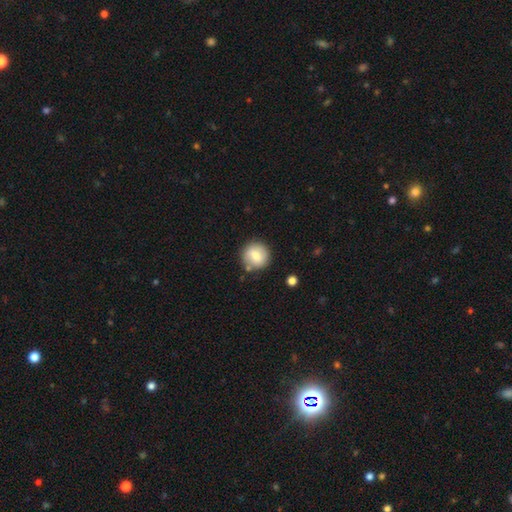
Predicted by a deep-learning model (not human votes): Smooth or featured?
  - smooth: 75% *
  - featured or disk: 17%
  - star or artifact: 8%
How rounded?
  - round: 92% *
  - in between: 7%
  - cigar-shaped: 1%
Merging?
  - none: 82% *
  - minor disturbance: 11%
  - merger: 4%
  - major disturbance: 3%